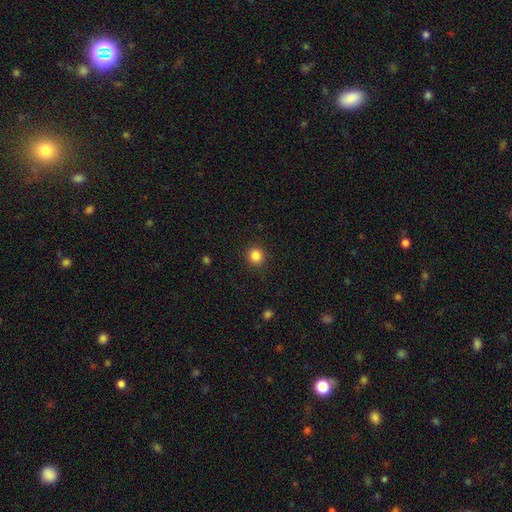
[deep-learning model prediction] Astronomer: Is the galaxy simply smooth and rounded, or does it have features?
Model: smooth — 85%.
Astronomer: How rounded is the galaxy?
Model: round — 92%.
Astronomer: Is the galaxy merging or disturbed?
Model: none — 92%.